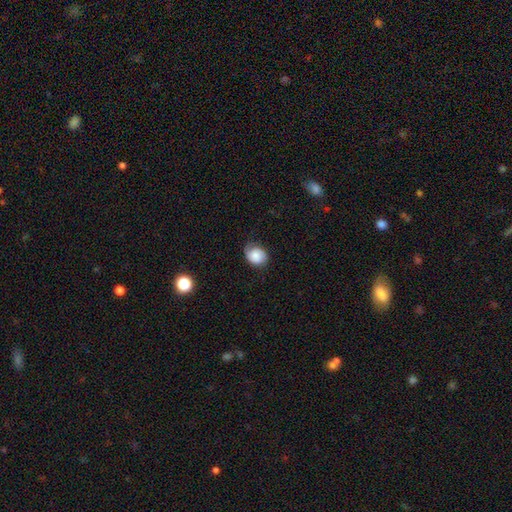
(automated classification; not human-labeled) A smooth galaxy with no disk features (67%) that is in between round and cigar-shaped (50%).

Vote fractions:
- Smooth or featured? smooth: 67% / featured or disk: 23% / star or artifact: 9%
- How rounded? in between: 50% / round: 49% / cigar-shaped: 1%
- Merging? none: 61% / minor disturbance: 29% / major disturbance: 8% / merger: 1%